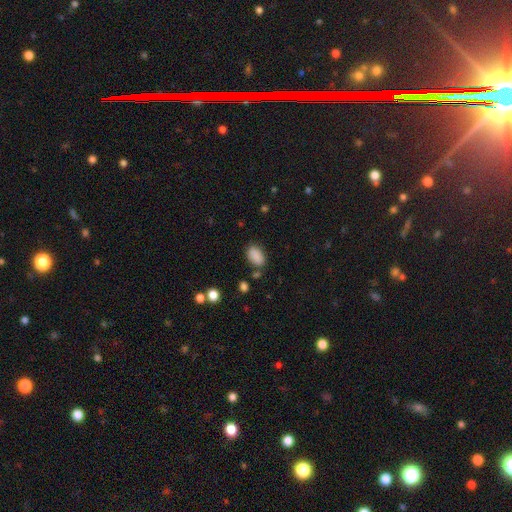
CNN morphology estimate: Smooth or featured? smooth (87%)
How rounded? in between (90%)
Merging? none (76%)